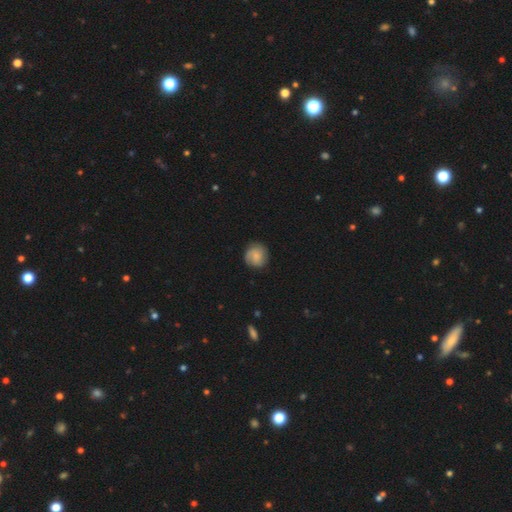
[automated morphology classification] Smooth or featured?
  - smooth: 60% *
  - featured or disk: 32%
  - star or artifact: 8%
How rounded?
  - round: 87% *
  - in between: 12%
  - cigar-shaped: 1%
Merging?
  - none: 80% *
  - minor disturbance: 15%
  - major disturbance: 4%
  - merger: 1%